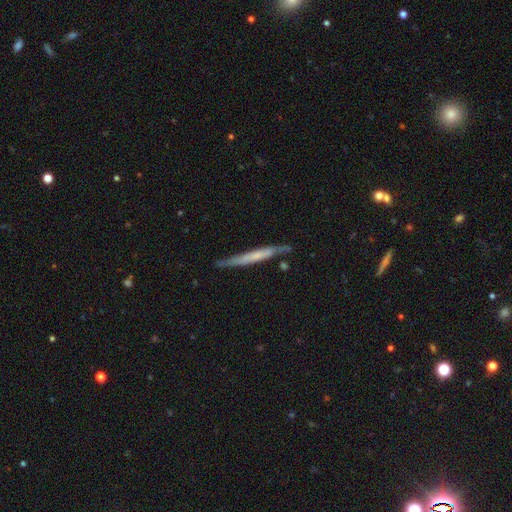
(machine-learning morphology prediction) smooth-or-featured: featured or disk: 55% | smooth: 39% | star or artifact: 6%
  disk-edge-on: yes: 89% | no: 11%
  merging: none: 75% | minor disturbance: 18% | major disturbance: 4% | merger: 3%